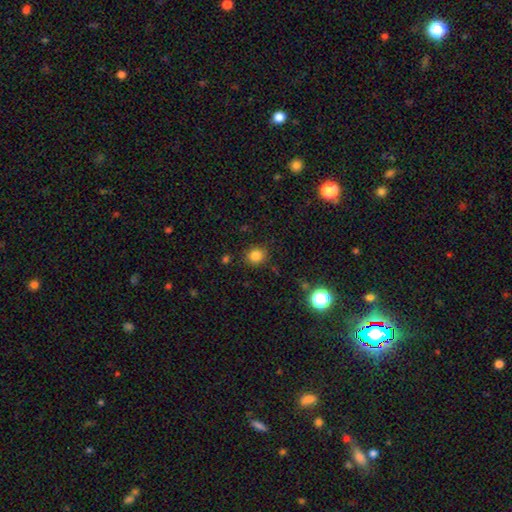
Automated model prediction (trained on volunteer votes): smooth 82%, star or artifact 13%, featured or disk 5%. Down the decision tree: how rounded — round (81%); merging — none (86%).